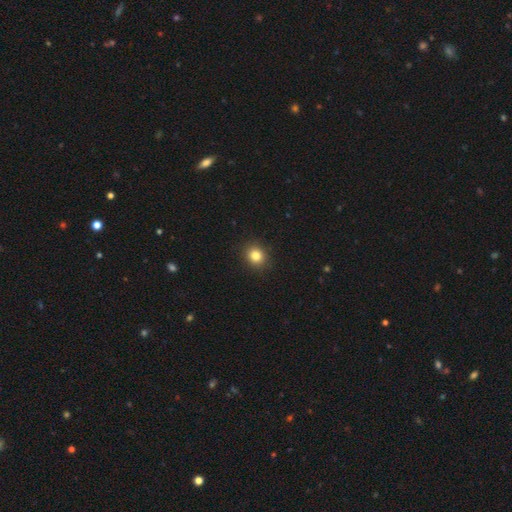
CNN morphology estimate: smooth 83%, star or artifact 12%, featured or disk 6%. Down the decision tree: how rounded — round (78%); merging — none (91%).